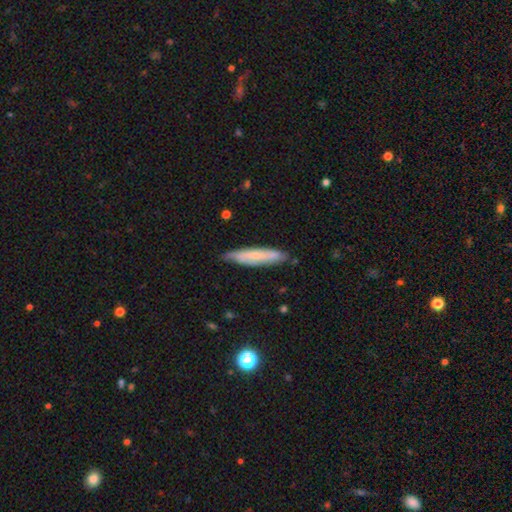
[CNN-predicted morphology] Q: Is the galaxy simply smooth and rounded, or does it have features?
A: smooth — 52%.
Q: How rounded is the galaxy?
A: cigar-shaped — 82%.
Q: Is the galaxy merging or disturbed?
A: none — 77%.